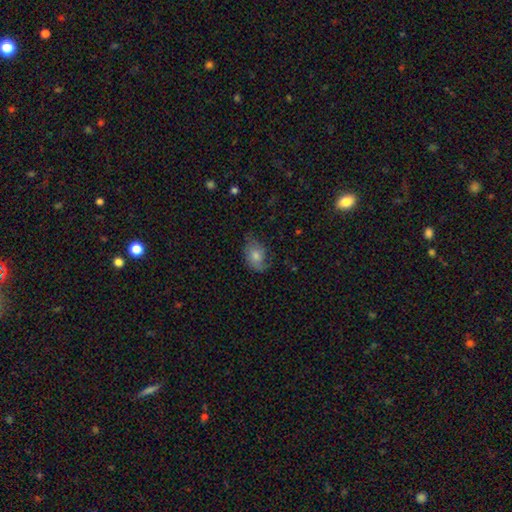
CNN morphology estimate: Smooth or featured? Predicted: smooth (p=0.50). Merging? Predicted: none (p=0.59).